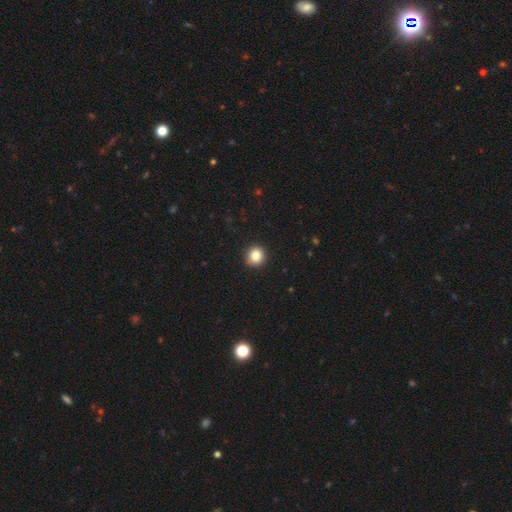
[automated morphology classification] A smooth galaxy with no disk features (84%) that is round (91%).

Vote fractions:
- Smooth or featured? smooth: 84% / star or artifact: 10% / featured or disk: 5%
- How rounded? round: 91% / in between: 8% / cigar-shaped: 1%
- Merging? none: 91% / minor disturbance: 6% / major disturbance: 2% / merger: 1%